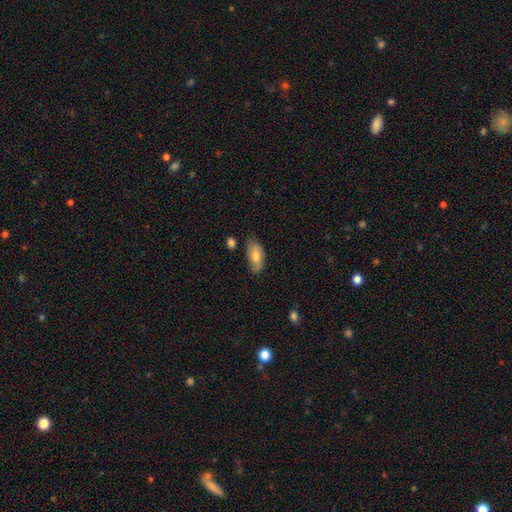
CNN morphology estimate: This is likely a smooth galaxy (60%). How rounded: clearly in between (88%). Merging: likely none (69%).